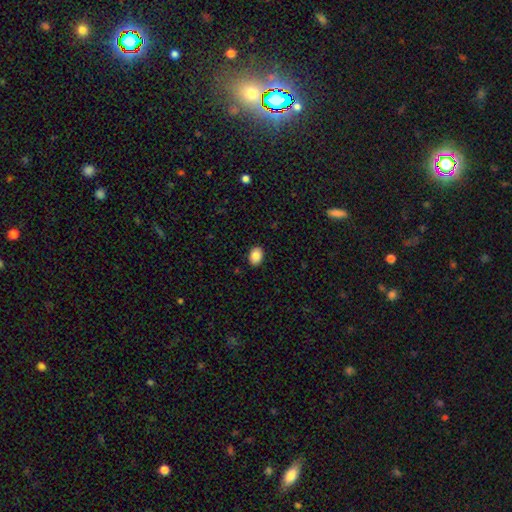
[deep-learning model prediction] This appears to be a smooth galaxy with no disk features (87%) that is in between round and cigar-shaped (72%). Merging: none (90%).